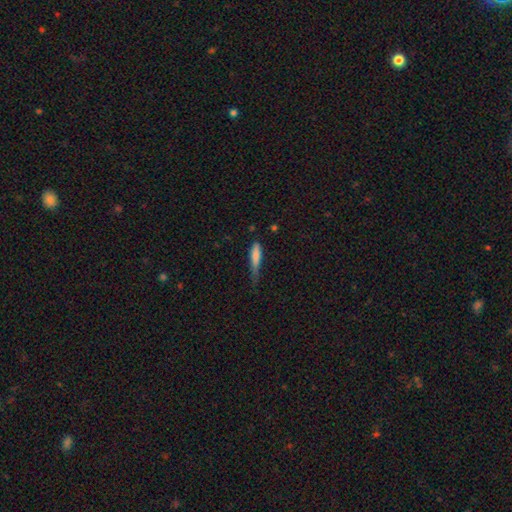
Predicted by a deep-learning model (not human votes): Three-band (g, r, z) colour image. It shows a smooth galaxy with no disk features (78%) that is cigar-shaped (78%). Merging: minor disturbance (44%).